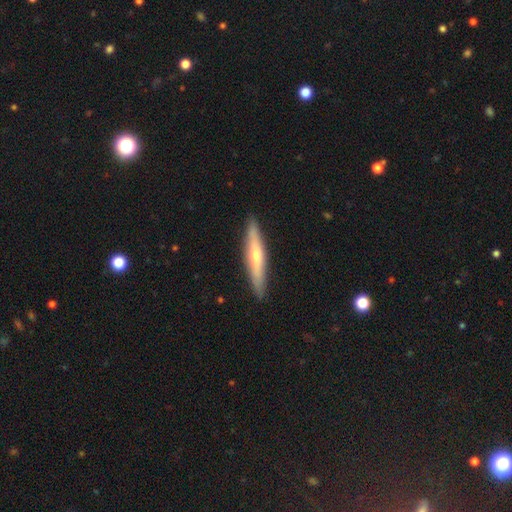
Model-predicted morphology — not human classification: Q: Smooth or featured?
A: featured or disk (54%); runner-up: smooth (41%)
Q: Edge-on disk?
A: yes (91%); runner-up: no (9%)
Q: Merging?
A: none (90%); runner-up: minor disturbance (8%)